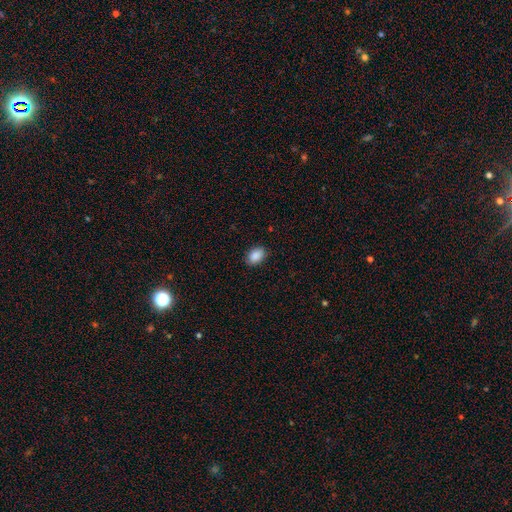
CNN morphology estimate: Smooth or featured? Predicted: smooth (p=0.89). How rounded? Predicted: in between (p=0.84). Merging? Predicted: none (p=0.87).